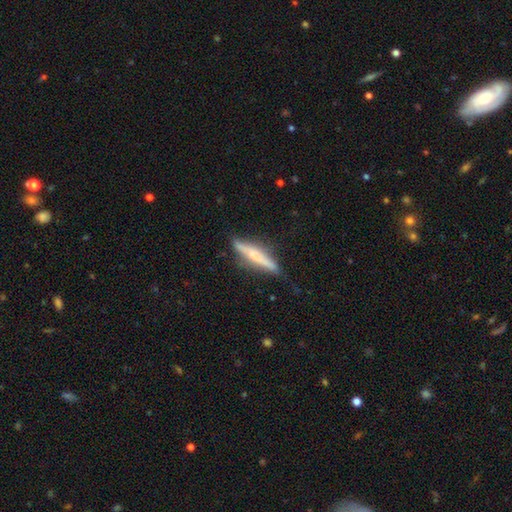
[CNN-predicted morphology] Smooth or featured?
  - featured or disk: 52% *
  - smooth: 41%
  - star or artifact: 7%
Edge-on disk?
  - yes: 93% *
  - no: 7%
Merging?
  - none: 79% *
  - minor disturbance: 16%
  - major disturbance: 3%
  - merger: 2%